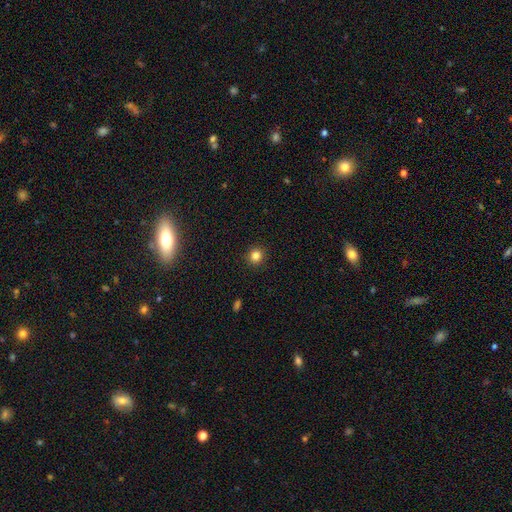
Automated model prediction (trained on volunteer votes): Smooth or featured: smooth — 83% (star or artifact — 12%)
How rounded: round — 91% (in between — 8%)
Merging: none — 92% (minor disturbance — 5%)